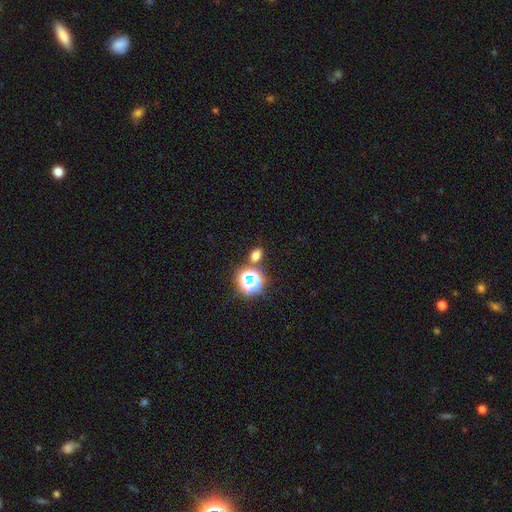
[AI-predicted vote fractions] This is likely a smooth galaxy (67%). How rounded: possibly in between (57%). Merging: likely none (78%).